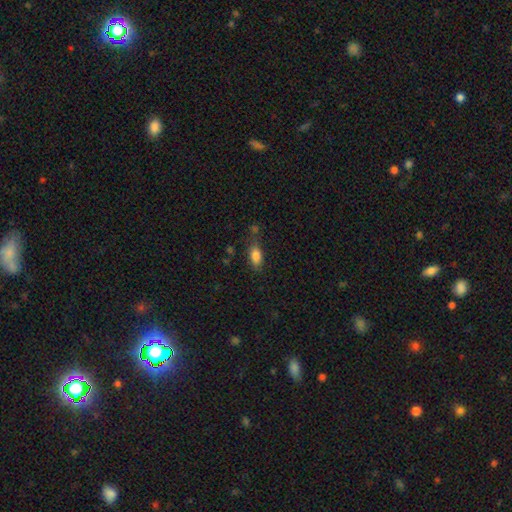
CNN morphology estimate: Q: Smooth or featured?
A: smooth (83%); runner-up: star or artifact (9%)
Q: How rounded?
A: in between (86%); runner-up: cigar-shaped (8%)
Q: Merging?
A: none (67%); runner-up: minor disturbance (20%)